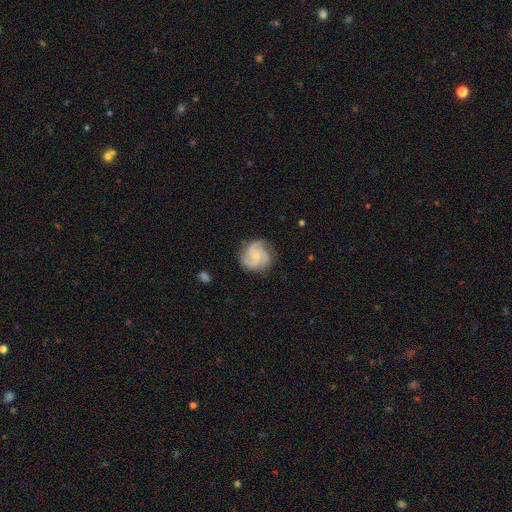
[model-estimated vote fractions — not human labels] A featured or disk galaxy (85%) with no bar (75%), 3 (69%) medium (47%) spiral arms (98%) and a small central bulge (71%).

Vote fractions:
- Smooth or featured? featured or disk: 85% / smooth: 10% / star or artifact: 5%
- Edge-on disk? no: 99% / yes: 1%
- Bar? no: 75% / weak: 22% / strong: 3%
- Spiral arms? yes: 98% / no: 2%
- Spiral winding? medium: 47% / tight: 43% / loose: 9%
- Spiral arm count? 3: 69% / 2: 11% / 4: 7% / can't tell: 6% / 1: 3% / more than 4: 3%
- Bulge size? small: 71% / moderate: 20% / none: 7% / large: 1% / dominant: 1%
- Merging? none: 79% / minor disturbance: 16% / major disturbance: 4% / merger: 1%